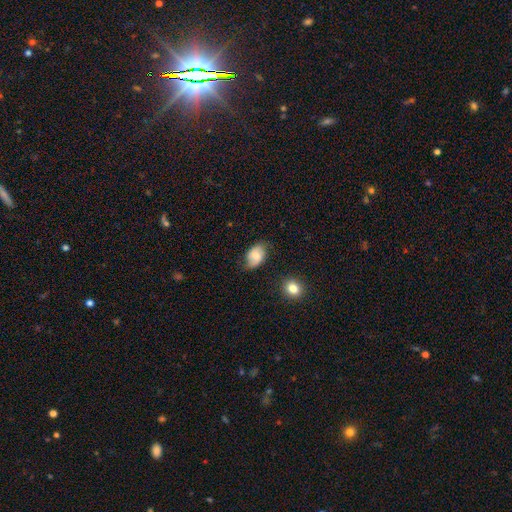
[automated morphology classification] type=smooth (61%); roundness=in between (86%); merging=none (67%).